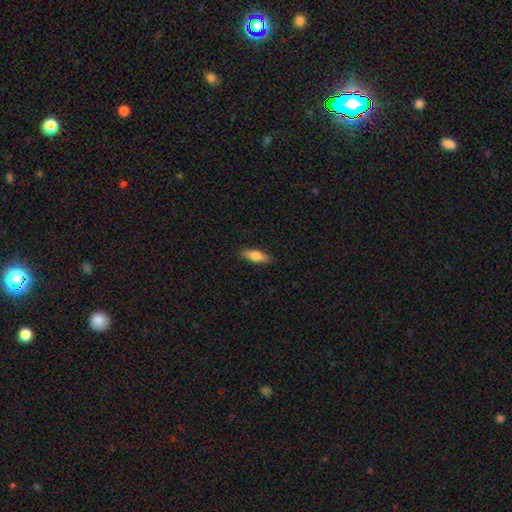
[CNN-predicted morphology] Smooth or featured? smooth (72%)
How rounded? in between (64%)
Merging? none (88%)